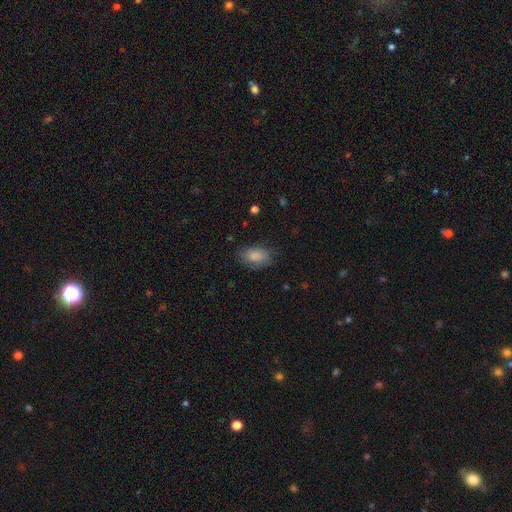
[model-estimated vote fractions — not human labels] This is clearly a smooth galaxy (83%). How rounded: clearly in between (89%). Merging: likely none (69%).